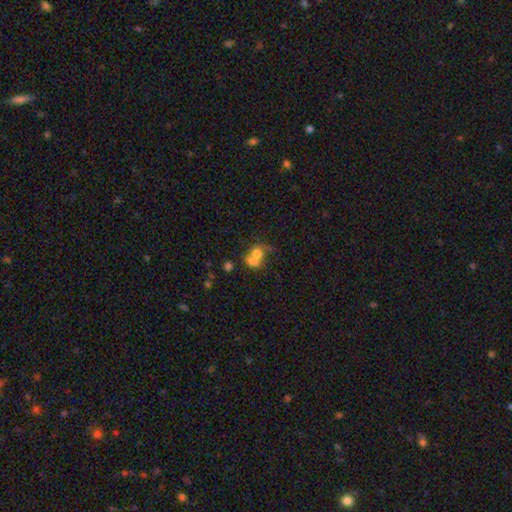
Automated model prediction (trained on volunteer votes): smooth_or_featured: smooth (p=0.67) [alt: featured or disk p=0.22]
how_rounded: round (p=0.60) [alt: in between p=0.38]
merging: merger (p=0.65) [alt: none p=0.20]